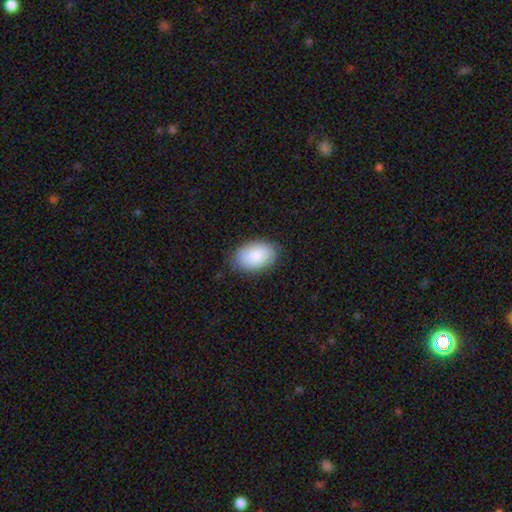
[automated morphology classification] smooth_or_featured: smooth (p=0.83) [alt: featured or disk p=0.11]
how_rounded: in between (p=0.90) [alt: round p=0.09]
merging: none (p=0.81) [alt: minor disturbance p=0.15]